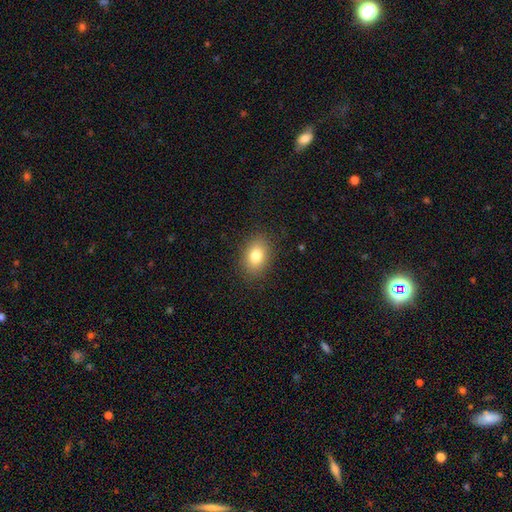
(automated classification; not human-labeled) The model was most divided on "how rounded": in between: 77%, round: 22%, cigar-shaped: 1%. More confident: merging — none (87%); smooth or featured — smooth (81%).